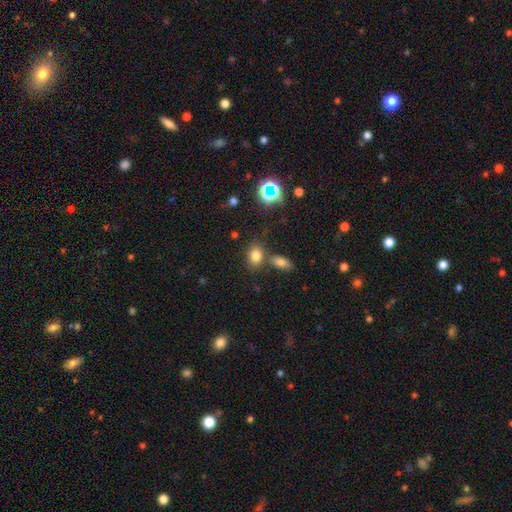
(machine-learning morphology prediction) smooth_or_featured: smooth (p=0.76) [alt: star or artifact p=0.16]
how_rounded: in between (p=0.68) [alt: round p=0.30]
merging: none (p=0.64) [alt: merger p=0.19]